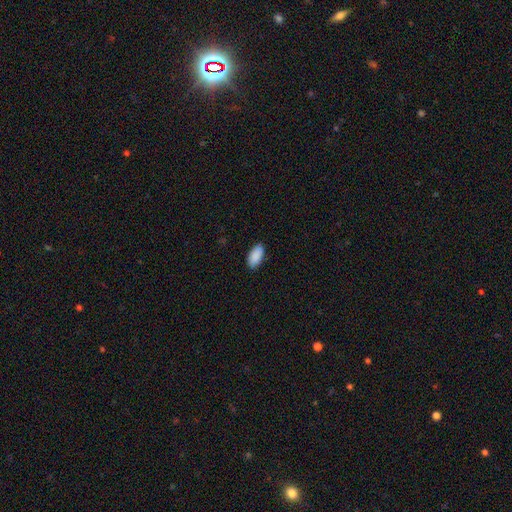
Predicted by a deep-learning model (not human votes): Smooth or featured: smooth — 90% (star or artifact — 6%)
How rounded: in between — 94% (cigar-shaped — 3%)
Merging: none — 87% (minor disturbance — 10%)